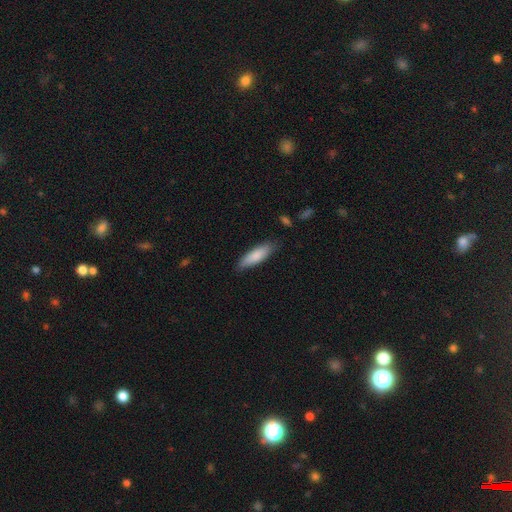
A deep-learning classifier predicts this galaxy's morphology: Smooth or featured? Predicted: smooth (p=0.83). How rounded? Predicted: cigar-shaped (p=0.54). Merging? Predicted: none (p=0.81).